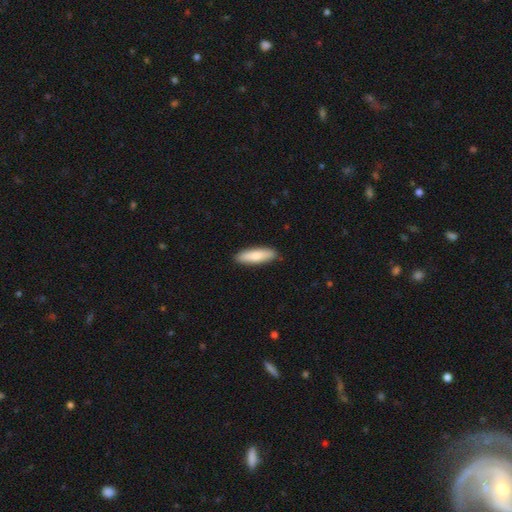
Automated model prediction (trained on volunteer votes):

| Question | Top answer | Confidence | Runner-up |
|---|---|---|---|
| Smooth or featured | smooth | 79% | featured or disk (16%) |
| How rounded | cigar-shaped | 58% | in between (40%) |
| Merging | none | 89% | minor disturbance (8%) |